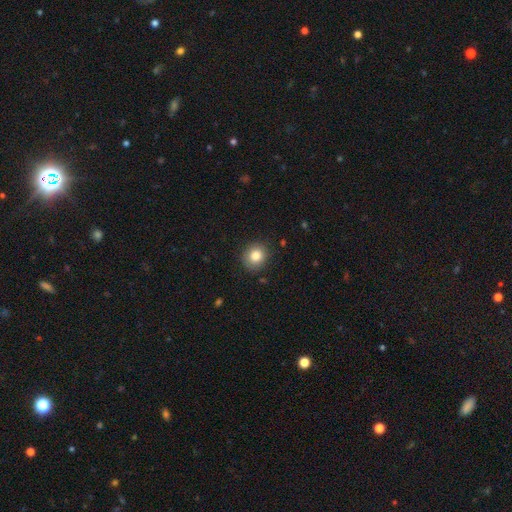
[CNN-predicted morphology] type=smooth (83%); roundness=round (83%); merging=none (87%).